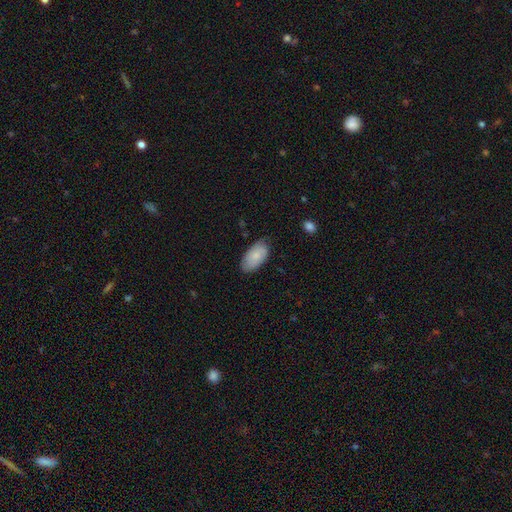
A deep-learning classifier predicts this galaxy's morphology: This appears to be a smooth galaxy with no disk features (80%) that is in between round and cigar-shaped (95%). Merging: none (72%).